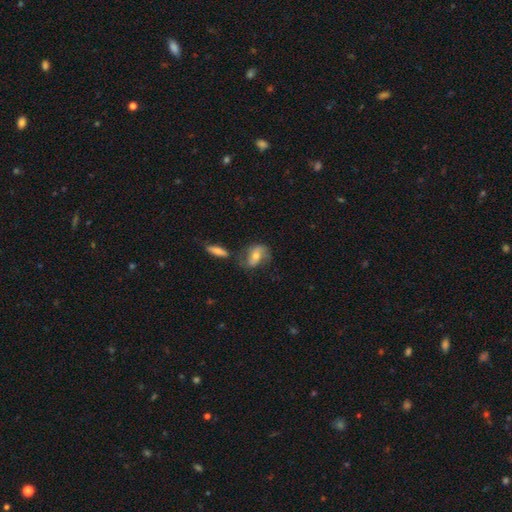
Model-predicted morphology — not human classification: This is possibly a featured or disk galaxy (54%). It is clearly not viewed edge-on (91%). Merging: possibly none (58%).